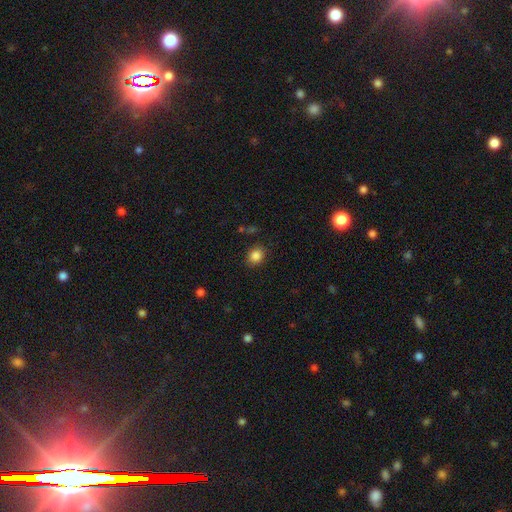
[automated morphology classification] Smooth or featured? Predicted: smooth (p=0.85). How rounded? Predicted: round (p=0.67). Merging? Predicted: none (p=0.85).